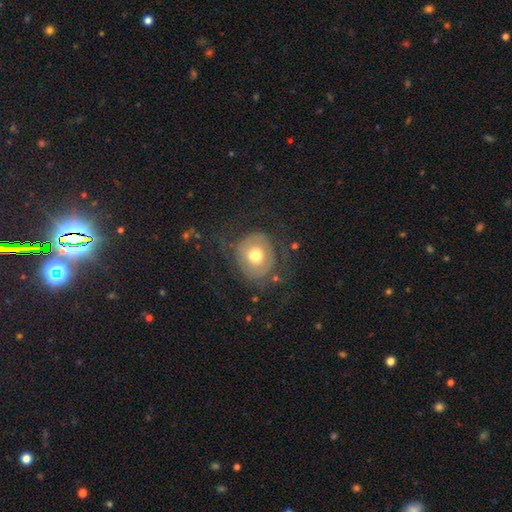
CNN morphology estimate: Smooth or featured? smooth (49%)
Merging? none (58%)